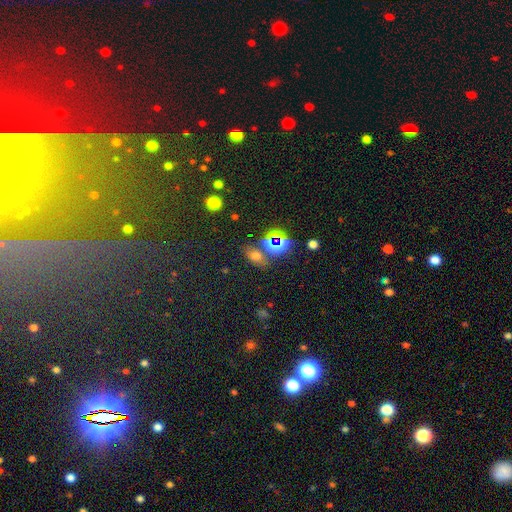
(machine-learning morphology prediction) Smooth or featured? Predicted: smooth (p=0.55). How rounded? Predicted: in between (p=0.75). Merging? Predicted: none (p=0.71).